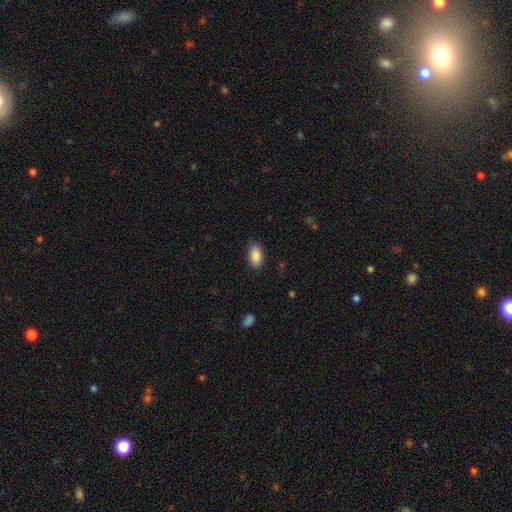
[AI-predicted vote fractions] The model was most divided on "merging": none: 86%, minor disturbance: 10%, major disturbance: 2%, merger: 1%. More confident: how rounded — in between (93%); smooth or featured — smooth (89%).